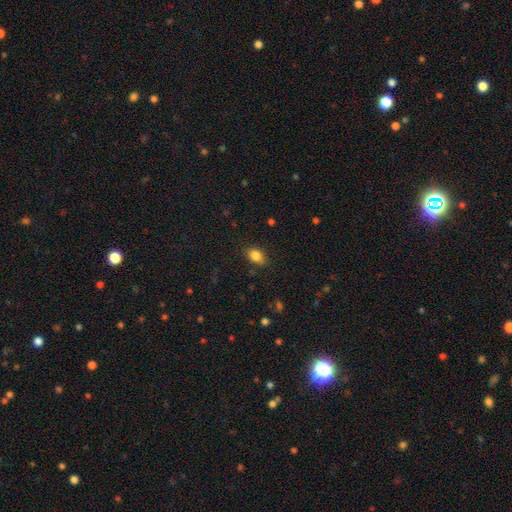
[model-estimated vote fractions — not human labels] The model was most divided on "how rounded": in between: 77%, round: 21%, cigar-shaped: 2%. More confident: smooth or featured — smooth (84%); merging — none (83%).